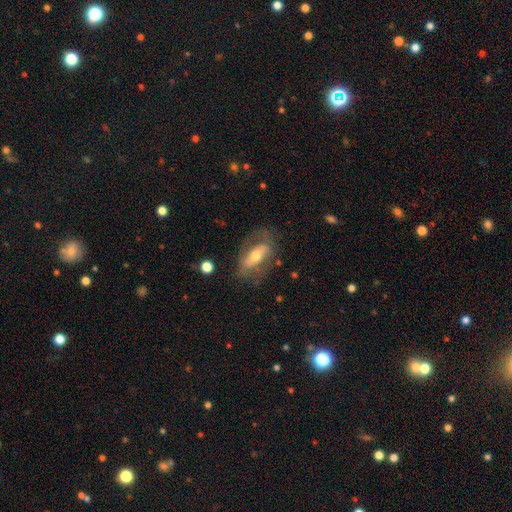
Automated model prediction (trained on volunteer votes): smooth-or-featured: featured or disk: 62% | smooth: 32% | star or artifact: 6%
  disk-edge-on: no: 85% | yes: 15%
    bar: strong: 37% | no: 35% | weak: 28%
    has-spiral-arms: yes: 54% | no: 46%
    bulge-size: moderate: 67% | small: 21% | large: 9% | none: 1% | dominant: 1%
  merging: none: 63% | minor disturbance: 20% | major disturbance: 15% | merger: 2%